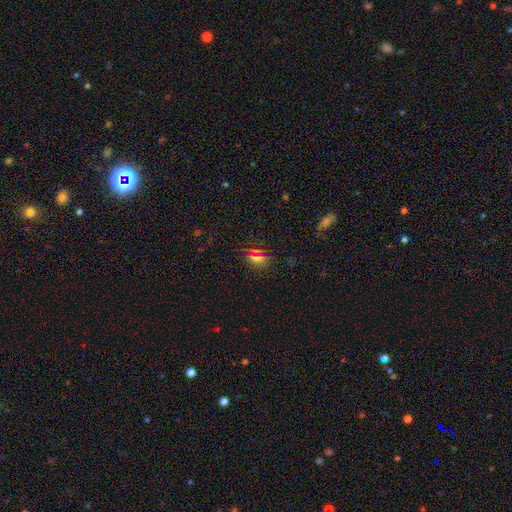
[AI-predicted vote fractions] Morphology: type=smooth (61%); roundness=in between (53%); merging=none (83%).